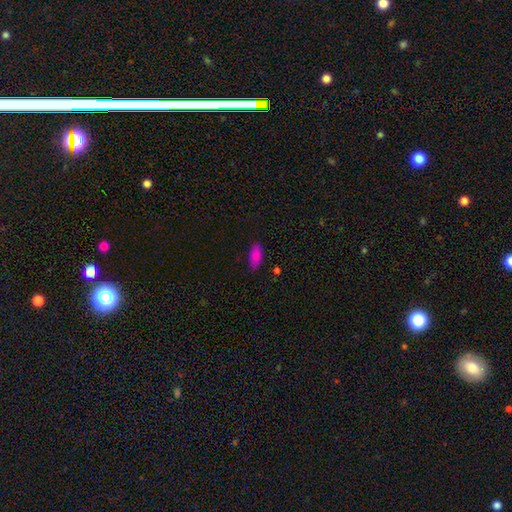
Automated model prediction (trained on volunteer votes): A smooth galaxy with no disk features (86%) that is in between round and cigar-shaped (87%).

Vote fractions:
- Smooth or featured? smooth: 86% / star or artifact: 8% / featured or disk: 6%
- How rounded? in between: 87% / cigar-shaped: 11% / round: 2%
- Merging? none: 85% / minor disturbance: 11% / major disturbance: 2% / merger: 1%